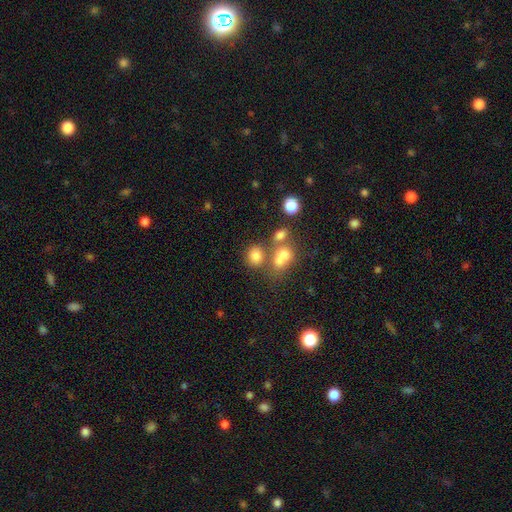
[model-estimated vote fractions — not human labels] The model was most divided on "merging": none: 56%, merger: 27%, minor disturbance: 11%, major disturbance: 6%. More confident: smooth or featured — smooth (75%); how rounded — round (67%).